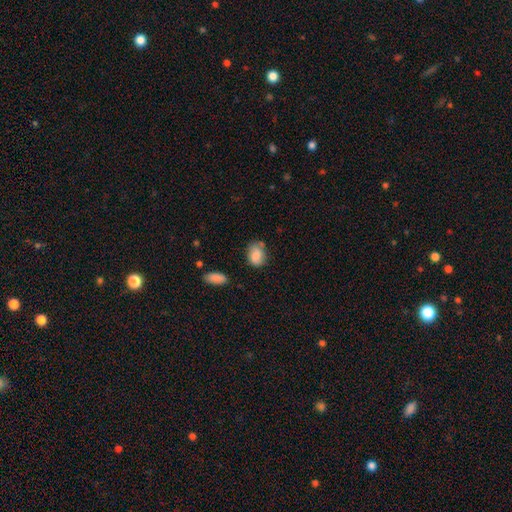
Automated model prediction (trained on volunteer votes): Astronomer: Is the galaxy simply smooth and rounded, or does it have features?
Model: smooth — 81%.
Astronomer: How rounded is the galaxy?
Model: in between — 72%.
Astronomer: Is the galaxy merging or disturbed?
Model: none — 63%.